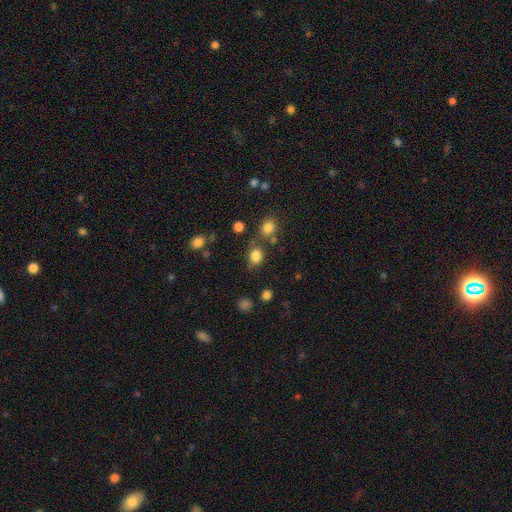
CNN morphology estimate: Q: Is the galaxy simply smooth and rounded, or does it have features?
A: smooth — 81%.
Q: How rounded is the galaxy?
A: round — 52%.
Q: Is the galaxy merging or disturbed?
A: none — 65%.